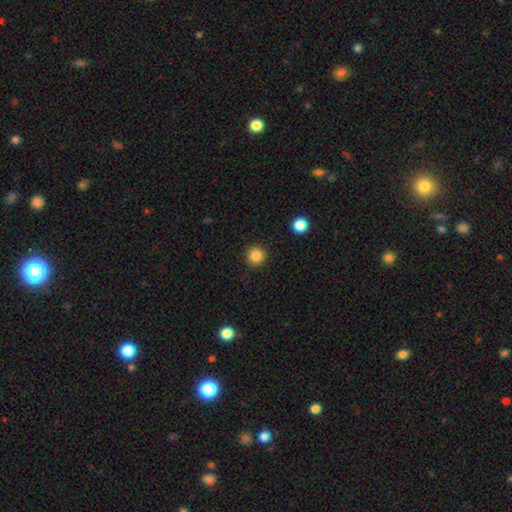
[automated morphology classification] Q: Smooth or featured?
A: smooth (85%); runner-up: star or artifact (11%)
Q: How rounded?
A: round (95%); runner-up: in between (4%)
Q: Merging?
A: none (92%); runner-up: minor disturbance (5%)